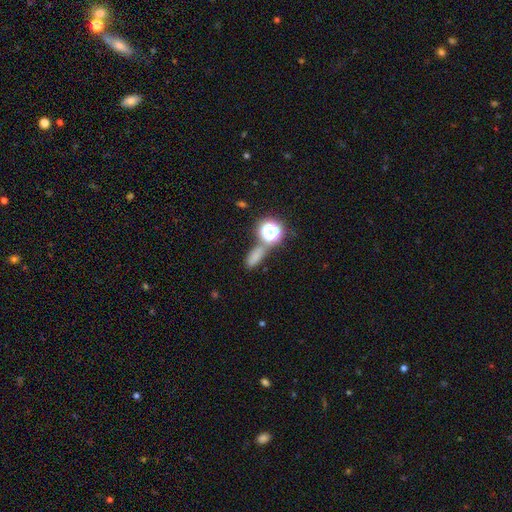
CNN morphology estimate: smooth_or_featured: smooth (p=0.66) [alt: star or artifact p=0.26]
how_rounded: in between (p=0.63) [alt: round p=0.20]
merging: none (p=0.63) [alt: merger p=0.19]